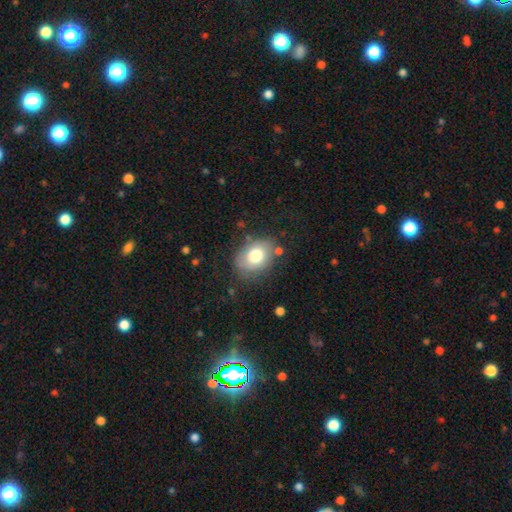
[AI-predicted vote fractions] smooth_or_featured: smooth (p=0.73) [alt: featured or disk p=0.18]
how_rounded: in between (p=0.64) [alt: round p=0.35]
merging: none (p=0.74) [alt: minor disturbance p=0.17]